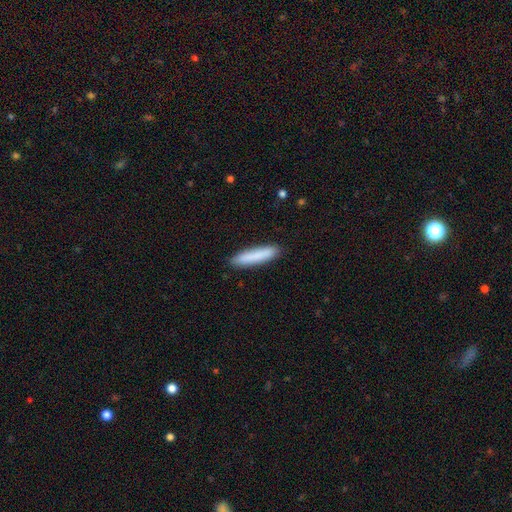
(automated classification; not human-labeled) A smooth galaxy with no disk features (85%) that is cigar-shaped (88%).

Vote fractions:
- Smooth or featured? smooth: 85% / featured or disk: 9% / star or artifact: 6%
- How rounded? cigar-shaped: 88% / in between: 11% / round: 1%
- Merging? none: 89% / minor disturbance: 8% / major disturbance: 2% / merger: 1%